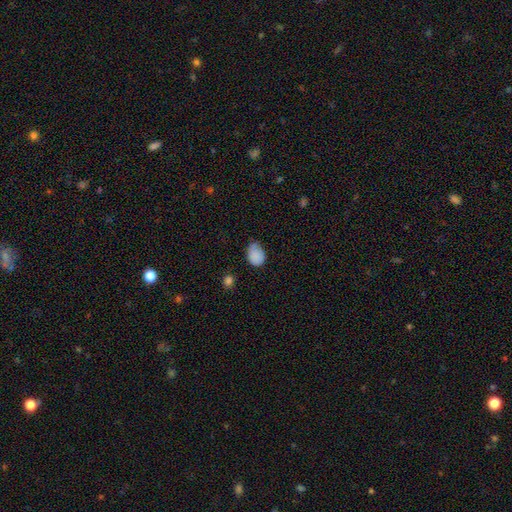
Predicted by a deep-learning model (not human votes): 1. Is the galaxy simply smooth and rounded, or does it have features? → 85% smooth, 9% star or artifact, 6% featured or disk.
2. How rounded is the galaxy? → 69% in between, 30% round, 1% cigar-shaped.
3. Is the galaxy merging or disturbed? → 49% none, 39% minor disturbance, 9% major disturbance, 3% merger.